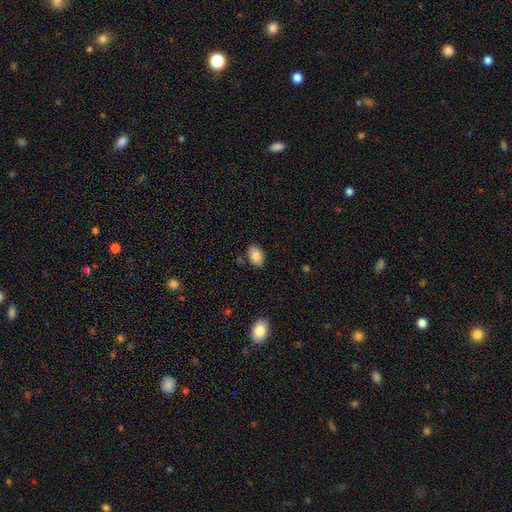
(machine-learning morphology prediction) This is clearly a smooth galaxy (84%). How rounded: clearly in between (91%). Merging: clearly none (84%).